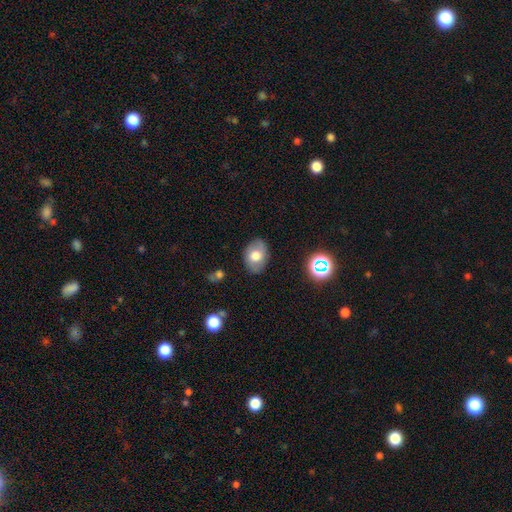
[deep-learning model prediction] smooth-or-featured: smooth: 64% | featured or disk: 26% | star or artifact: 9%
  how-rounded: in between: 79% | round: 20% | cigar-shaped: 1%
  merging: none: 81% | minor disturbance: 14% | major disturbance: 3% | merger: 1%